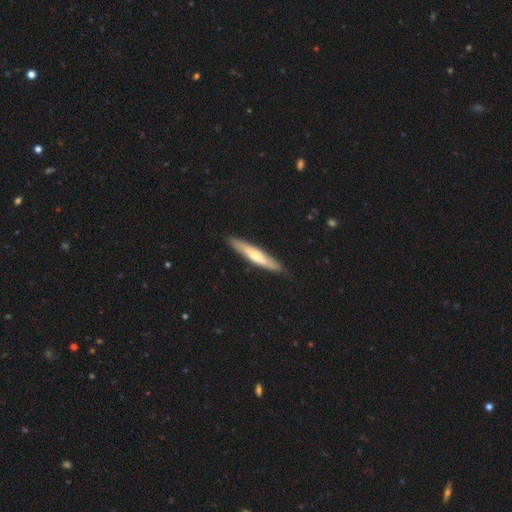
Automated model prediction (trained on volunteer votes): smooth_or_featured: smooth (p=0.50) [alt: featured or disk p=0.44]
how_rounded: cigar-shaped (p=0.90) [alt: in between p=0.09]
merging: none (p=0.89) [alt: minor disturbance p=0.08]